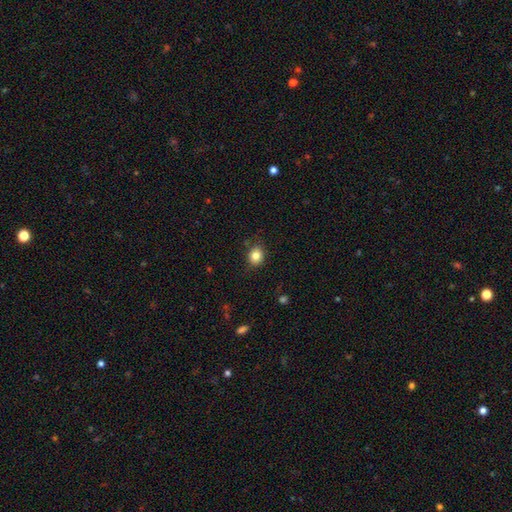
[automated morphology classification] Smooth or featured: smooth — 83% (star or artifact — 11%)
How rounded: round — 67% (in between — 32%)
Merging: none — 84% (minor disturbance — 12%)